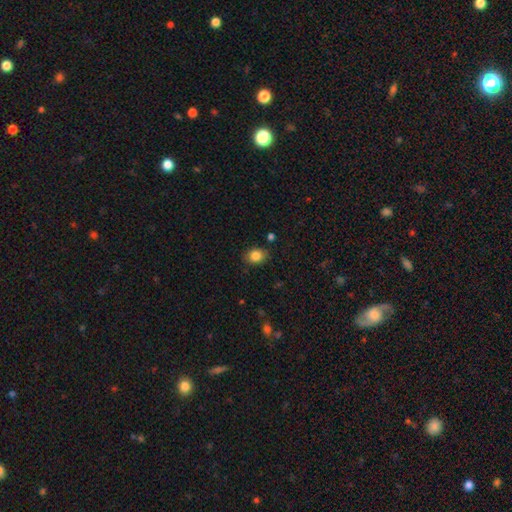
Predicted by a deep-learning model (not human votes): The model was most divided on "how rounded": in between: 51%, round: 48%, cigar-shaped: 1%. More confident: smooth or featured — smooth (84%); merging — none (83%).